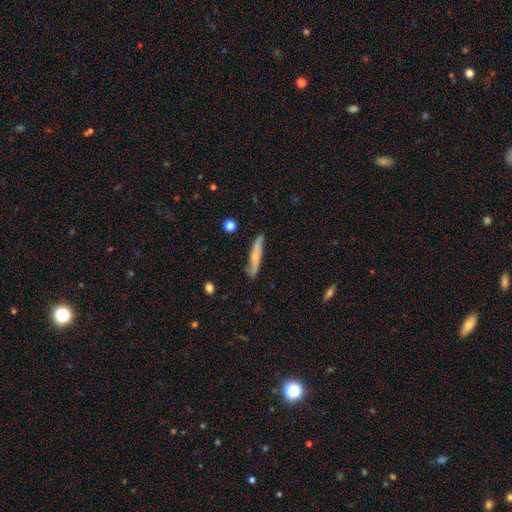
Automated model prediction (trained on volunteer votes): Smooth or featured? featured or disk (50%)
Merging? none (80%)